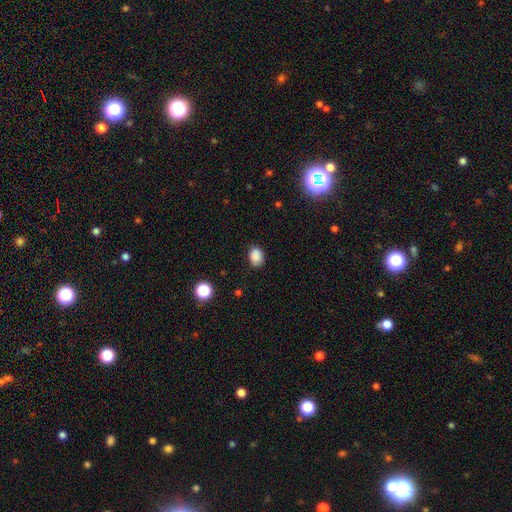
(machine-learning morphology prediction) Smooth or featured: smooth — 86% (star or artifact — 10%)
How rounded: in between — 66% (round — 33%)
Merging: none — 78% (minor disturbance — 17%)